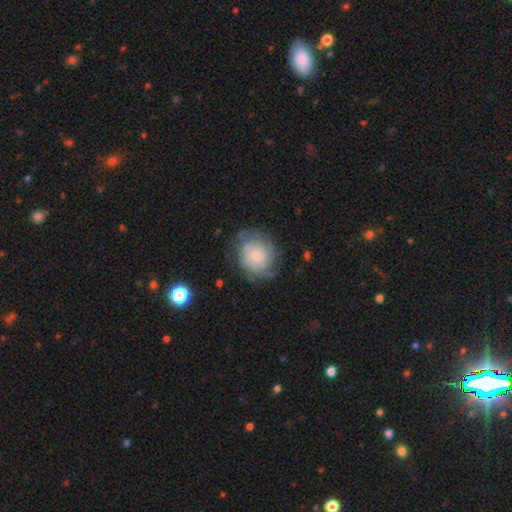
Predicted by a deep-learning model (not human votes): featured or disk 52%, smooth 39%, star or artifact 8%. Down the decision tree: edge-on disk — no (97%); bar — no (78%); spiral arms — yes (79%); bulge size — small (65%); merging — none (63%).